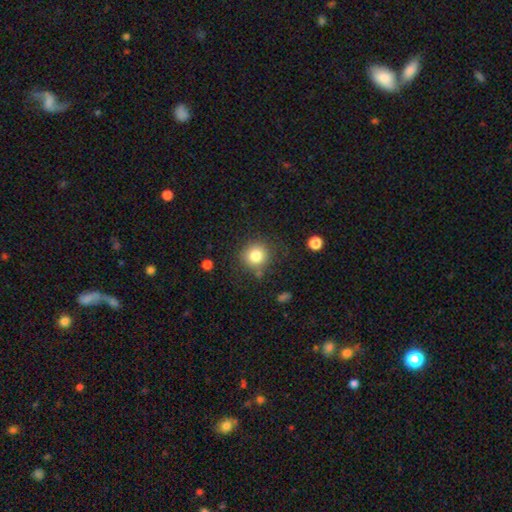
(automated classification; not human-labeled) Smooth or featured: smooth — 82% (star or artifact — 11%)
How rounded: round — 89% (in between — 10%)
Merging: none — 79% (minor disturbance — 12%)